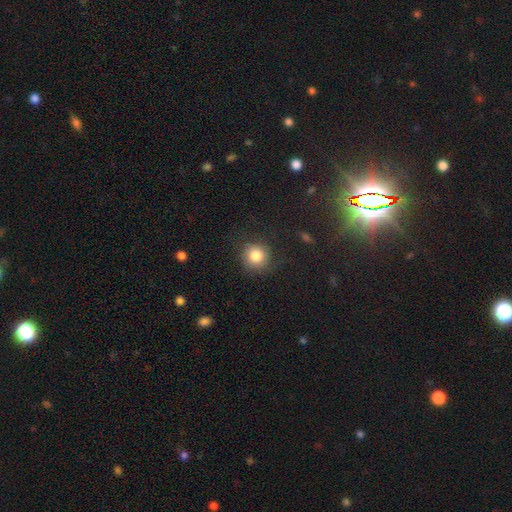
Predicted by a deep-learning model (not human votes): smooth_or_featured: smooth (p=0.83) [alt: star or artifact p=0.10]
how_rounded: round (p=0.90) [alt: in between p=0.09]
merging: none (p=0.81) [alt: minor disturbance p=0.12]